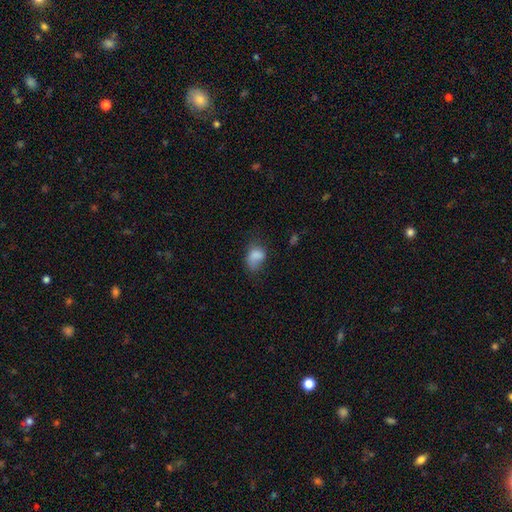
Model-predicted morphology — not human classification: A smooth galaxy with no disk features (78%) that is in between round and cigar-shaped (75%). Merging: none (35%).